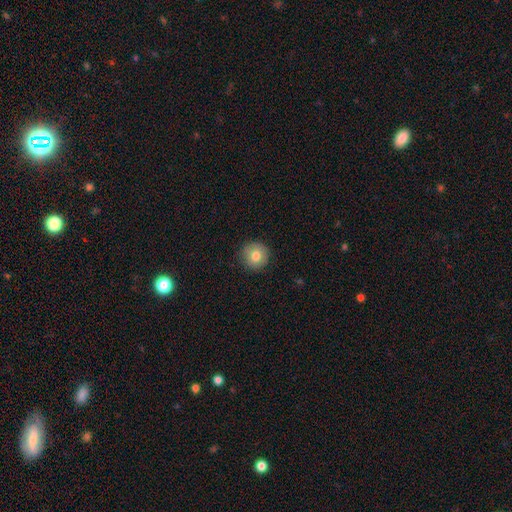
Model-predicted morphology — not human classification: Smooth or featured: smooth — 79% (featured or disk — 12%)
How rounded: round — 94% (in between — 5%)
Merging: none — 87% (minor disturbance — 10%)